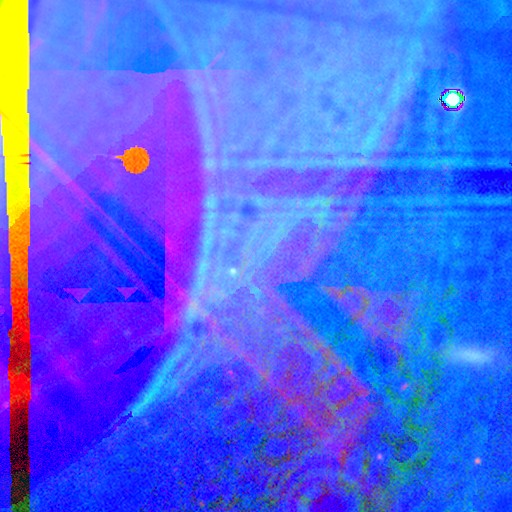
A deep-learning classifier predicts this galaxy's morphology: Overall: star or artifact (88%).